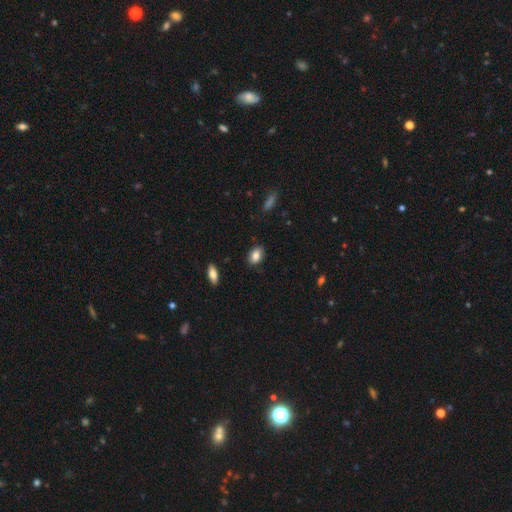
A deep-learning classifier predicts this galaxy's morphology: smooth 83%, featured or disk 9%, star or artifact 8%. Down the decision tree: how rounded — in between (84%); merging — none (86%).